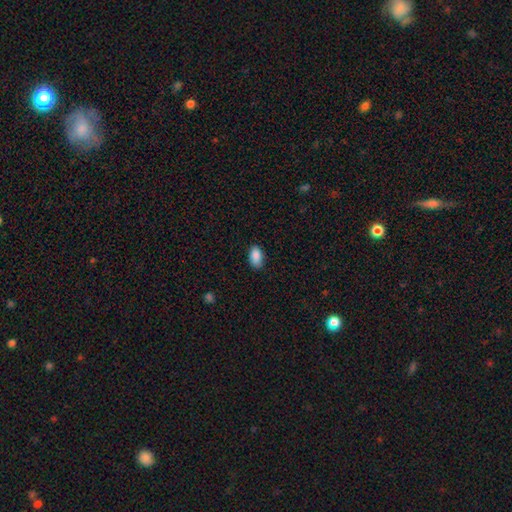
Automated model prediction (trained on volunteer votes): Smooth or featured: smooth — 88% (star or artifact — 8%)
How rounded: in between — 93% (round — 5%)
Merging: none — 82% (minor disturbance — 14%)